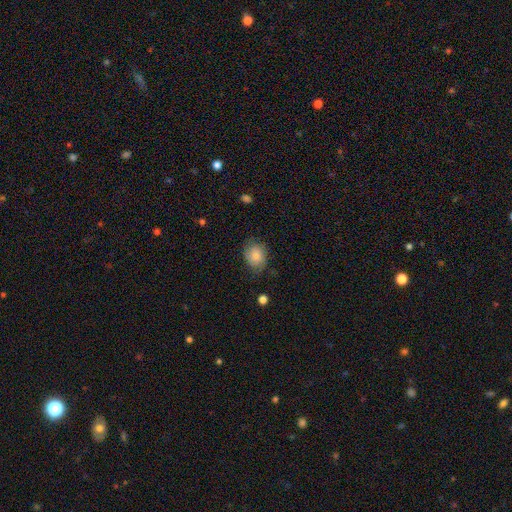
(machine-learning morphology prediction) This appears to be a smooth galaxy with no disk features (76%) that is in between round and cigar-shaped (52%). Merging: none (68%).